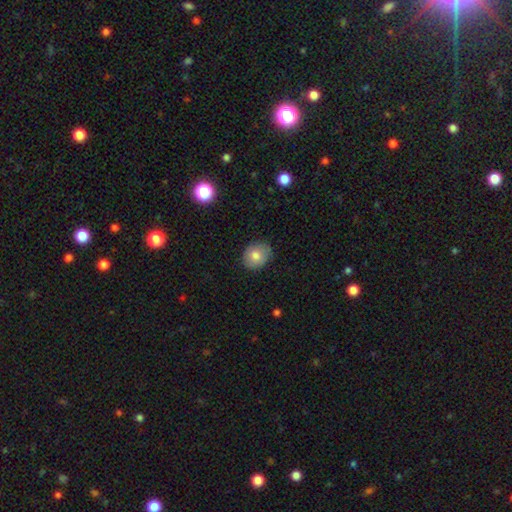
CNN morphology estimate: Smooth or featured: smooth — 79% (featured or disk — 13%)
How rounded: round — 54% (in between — 46%)
Merging: none — 82% (minor disturbance — 14%)